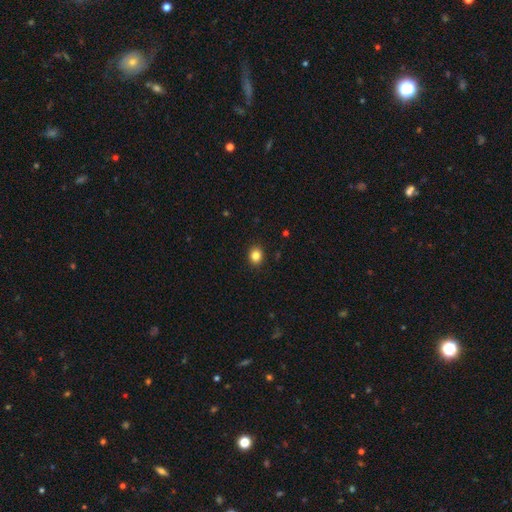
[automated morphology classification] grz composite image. It shows a smooth galaxy with no disk features (84%) that is round (64%). Merging: none (91%).